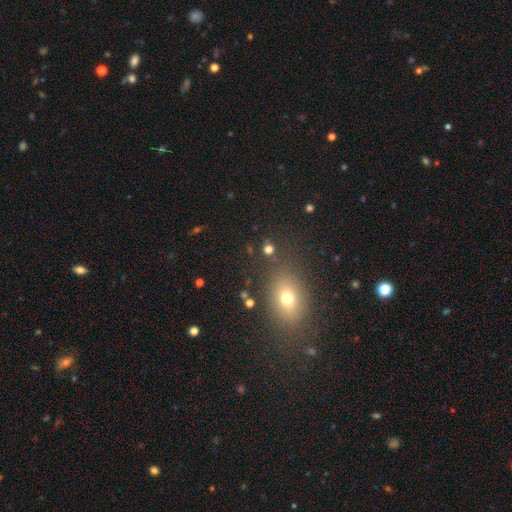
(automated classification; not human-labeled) Q: Smooth or featured?
A: smooth (61%); runner-up: star or artifact (27%)
Q: How rounded?
A: in between (69%); runner-up: round (27%)
Q: Merging?
A: none (84%); runner-up: minor disturbance (9%)